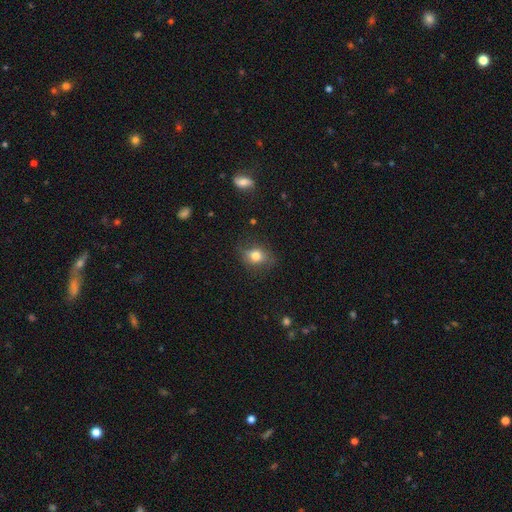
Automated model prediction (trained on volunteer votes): smooth_or_featured: smooth (p=0.75) [alt: featured or disk p=0.15]
how_rounded: in between (p=0.58) [alt: round p=0.39]
merging: none (p=0.74) [alt: minor disturbance p=0.19]